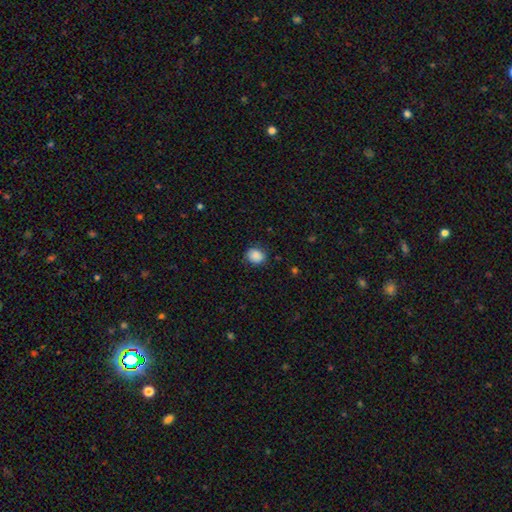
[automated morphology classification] Smooth or featured: smooth — 88% (star or artifact — 9%)
How rounded: round — 62% (in between — 37%)
Merging: none — 83% (minor disturbance — 13%)